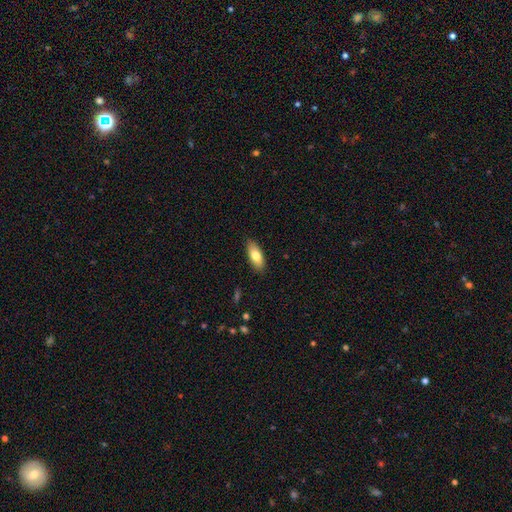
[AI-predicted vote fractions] smooth-or-featured: smooth: 77% | featured or disk: 16% | star or artifact: 6%
  how-rounded: in between: 80% | cigar-shaped: 18% | round: 2%
  merging: none: 88% | minor disturbance: 10% | major disturbance: 2% | merger: 1%